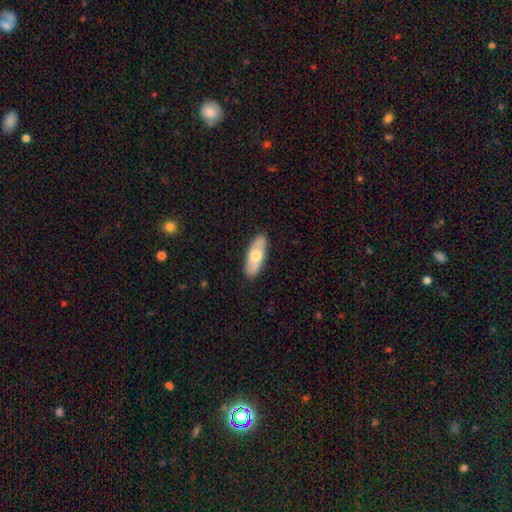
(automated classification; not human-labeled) smooth 61%, featured or disk 34%, star or artifact 5%. Down the decision tree: how rounded — in between (77%); merging — none (87%).